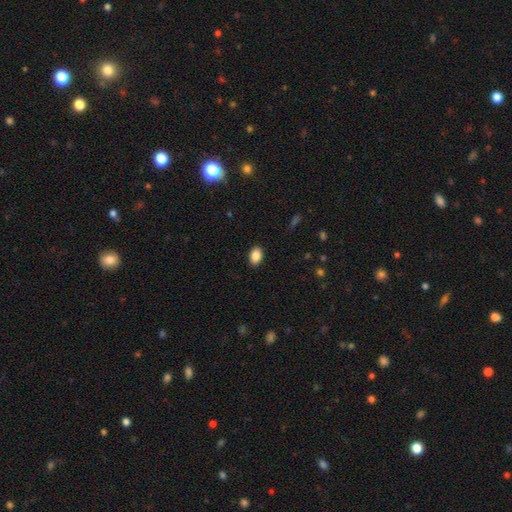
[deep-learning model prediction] Overall: smooth (87%). How rounded: in between (87%). Merging: none (89%).